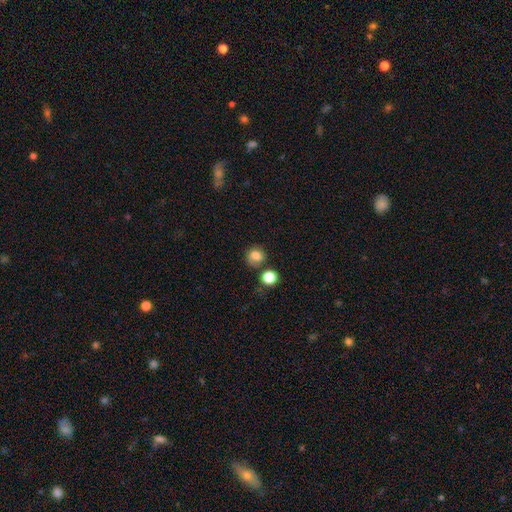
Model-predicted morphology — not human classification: Smooth or featured? Predicted: smooth (p=0.78). How rounded? Predicted: round (p=0.82). Merging? Predicted: none (p=0.67).